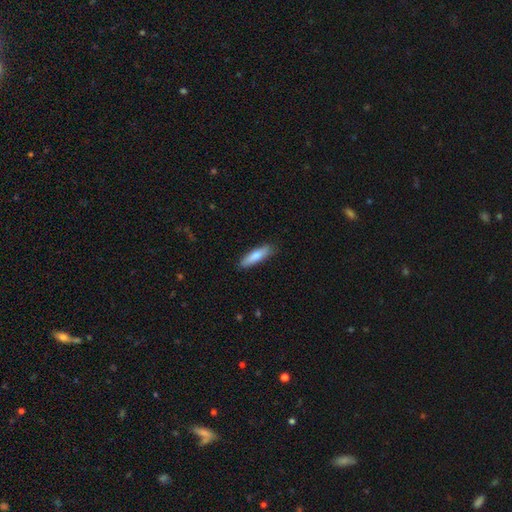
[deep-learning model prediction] A smooth galaxy with no disk features (73%) that is cigar-shaped (72%). Merging: none (86%).